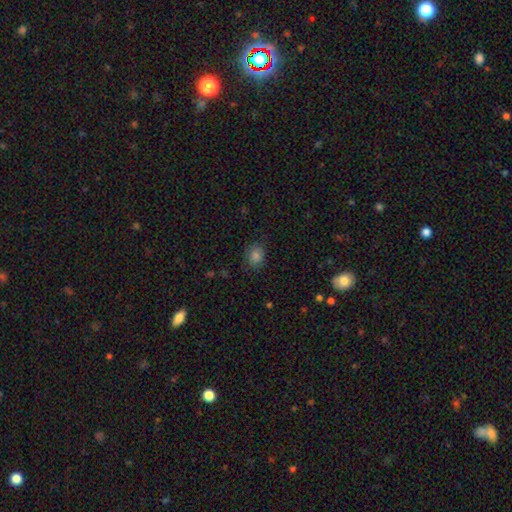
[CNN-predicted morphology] smooth_or_featured: smooth (p=0.81) [alt: star or artifact p=0.13]
how_rounded: round (p=0.59) [alt: in between p=0.40]
merging: none (p=0.84) [alt: minor disturbance p=0.12]